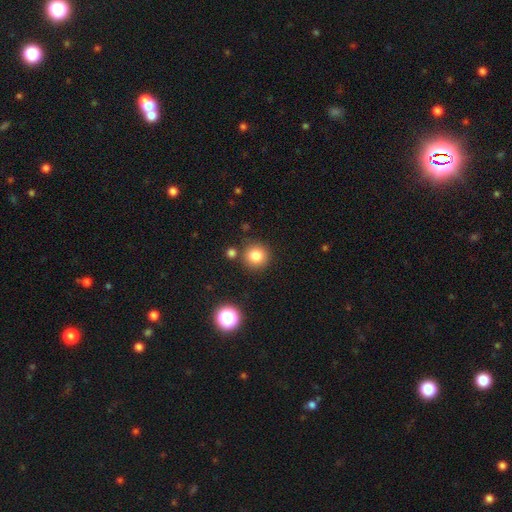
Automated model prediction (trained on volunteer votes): Smooth or featured: smooth — 83% (star or artifact — 11%)
How rounded: round — 92% (in between — 7%)
Merging: none — 83% (minor disturbance — 8%)